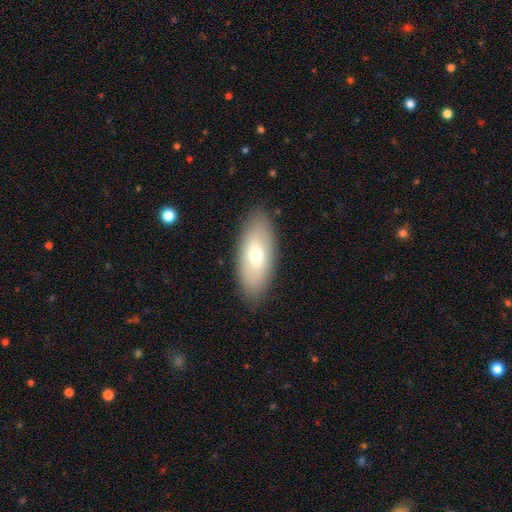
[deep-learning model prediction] Smooth or featured? Predicted: smooth (p=0.63). How rounded? Predicted: in between (p=0.87). Merging? Predicted: none (p=0.87).